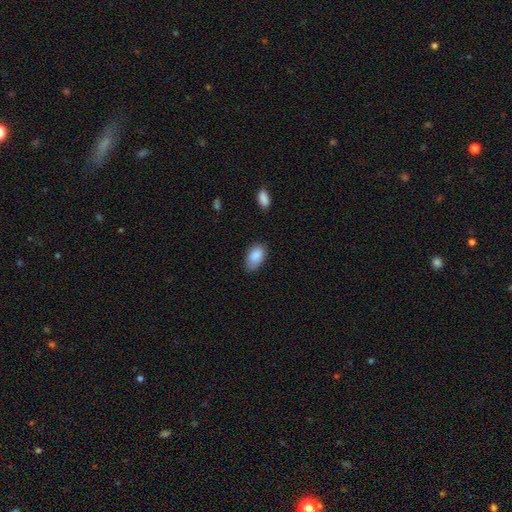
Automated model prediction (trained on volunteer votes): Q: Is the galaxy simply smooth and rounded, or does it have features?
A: smooth — 87%.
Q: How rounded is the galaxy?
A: in between — 93%.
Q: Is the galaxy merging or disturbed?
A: none — 72%.